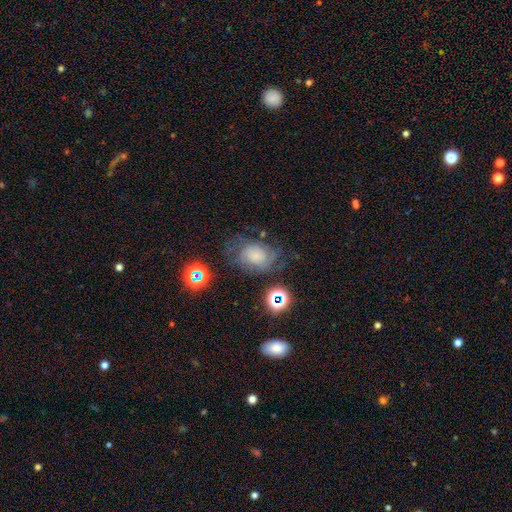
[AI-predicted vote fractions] This is possibly a featured or disk galaxy (45%). Merging: possibly none (51%).